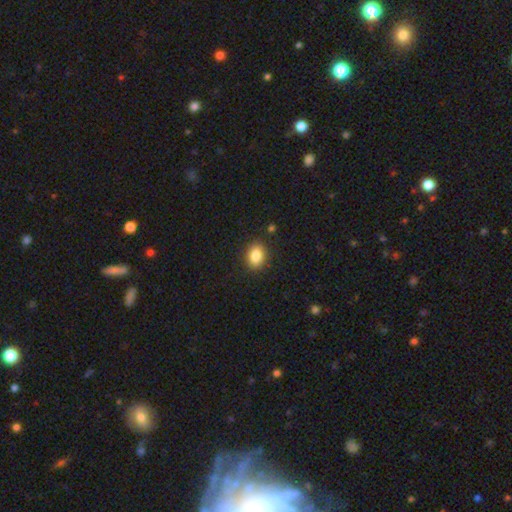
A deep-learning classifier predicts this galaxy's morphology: smooth_or_featured: smooth (p=0.85) [alt: star or artifact p=0.09]
how_rounded: in between (p=0.64) [alt: round p=0.35]
merging: none (p=0.89) [alt: minor disturbance p=0.08]